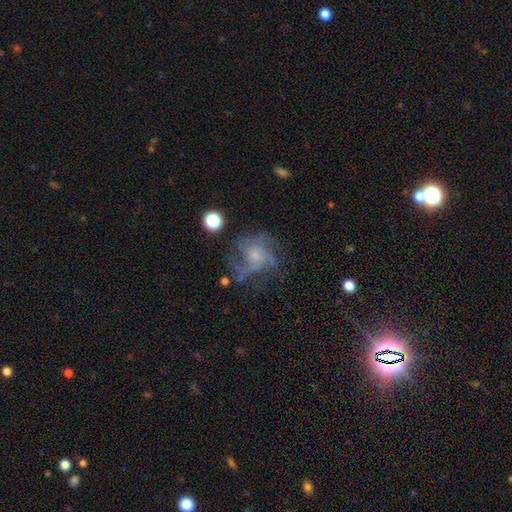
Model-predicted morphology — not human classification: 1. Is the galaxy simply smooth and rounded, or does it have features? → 67% featured or disk, 21% smooth, 13% star or artifact.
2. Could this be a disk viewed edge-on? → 98% no, 2% yes.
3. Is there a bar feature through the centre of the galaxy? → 79% no, 18% weak, 3% strong.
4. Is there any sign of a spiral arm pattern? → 82% yes, 18% no.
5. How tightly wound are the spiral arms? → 45% medium, 29% loose, 26% tight.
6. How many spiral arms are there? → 32% can't tell, 25% 3, 17% 4, 11% 2, 8% more than 4, 7% 1.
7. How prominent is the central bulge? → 47% small, 31% moderate, 15% none, 5% large, 2% dominant.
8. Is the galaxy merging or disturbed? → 50% none, 27% major disturbance, 19% minor disturbance, 3% merger.